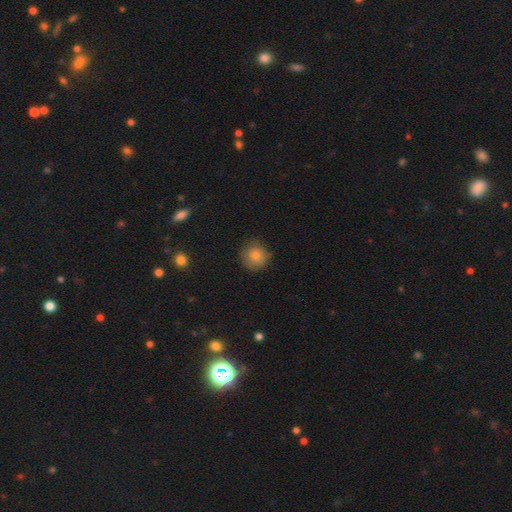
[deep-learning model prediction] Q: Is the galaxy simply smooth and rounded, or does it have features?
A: smooth — 78%.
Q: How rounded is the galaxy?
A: round — 90%.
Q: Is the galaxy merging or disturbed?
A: none — 77%.